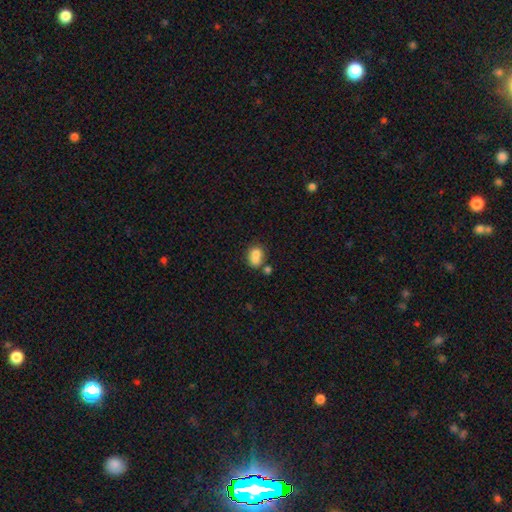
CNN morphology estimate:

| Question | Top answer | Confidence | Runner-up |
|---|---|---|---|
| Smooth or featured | smooth | 77% | featured or disk (13%) |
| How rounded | in between | 54% | round (45%) |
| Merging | merger | 46% | none (35%) |